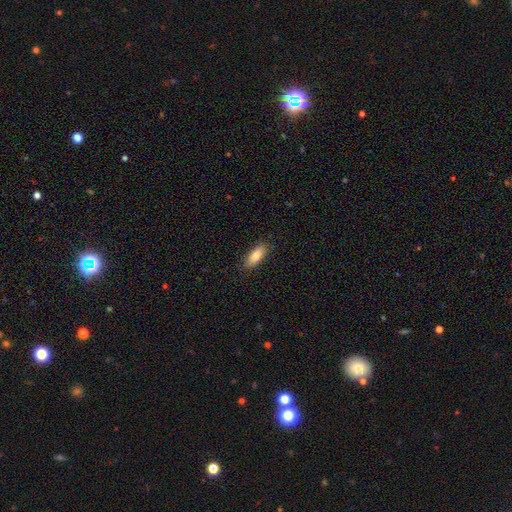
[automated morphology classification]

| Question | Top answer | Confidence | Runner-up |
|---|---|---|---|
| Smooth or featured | smooth | 84% | featured or disk (9%) |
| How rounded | in between | 78% | cigar-shaped (20%) |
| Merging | none | 85% | minor disturbance (11%) |